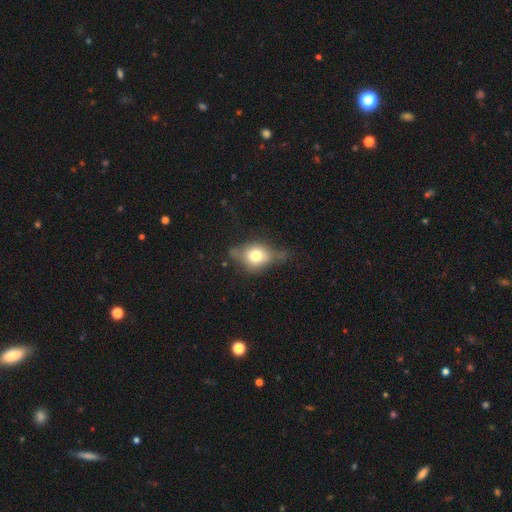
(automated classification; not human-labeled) A smooth galaxy with no disk features (54%) that is in between round and cigar-shaped (56%). Merging: none (51%).